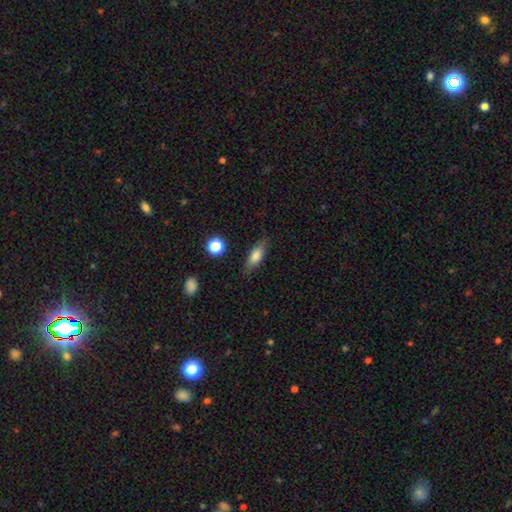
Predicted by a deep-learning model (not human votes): This is likely a smooth galaxy (73%). How rounded: possibly in between (59%). Merging: clearly none (80%).